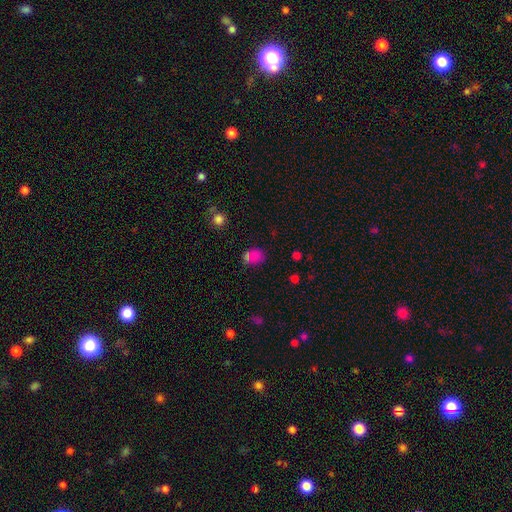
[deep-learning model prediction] Overall: smooth (70%). How rounded: in between (58%; round 41%). Merging: none (61%).